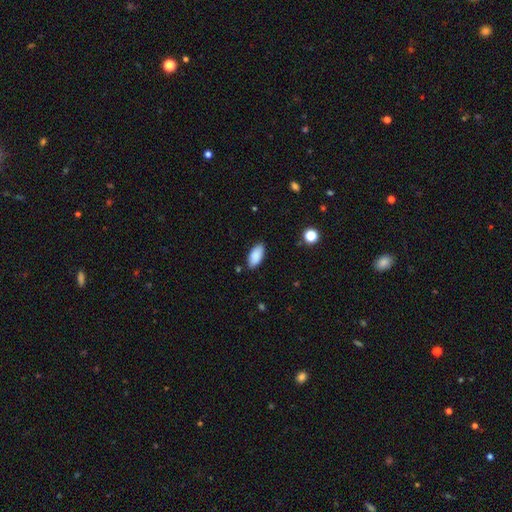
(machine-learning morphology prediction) smooth 89%, star or artifact 7%, featured or disk 5%. Down the decision tree: how rounded — in between (92%); merging — none (86%).